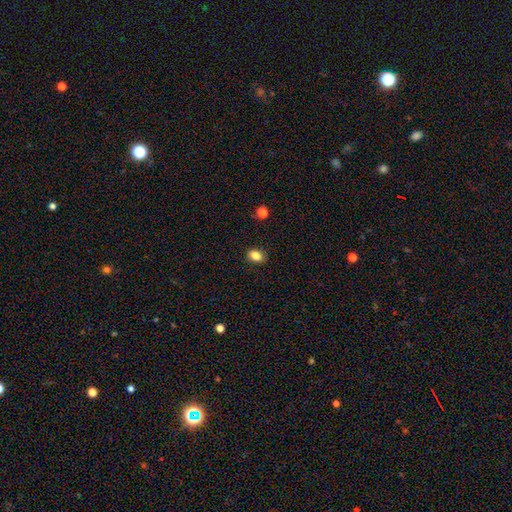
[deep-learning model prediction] Smooth or featured?
  - smooth: 84% *
  - star or artifact: 10%
  - featured or disk: 6%
How rounded?
  - in between: 76% *
  - round: 23%
  - cigar-shaped: 1%
Merging?
  - none: 87% *
  - minor disturbance: 10%
  - major disturbance: 2%
  - merger: 1%